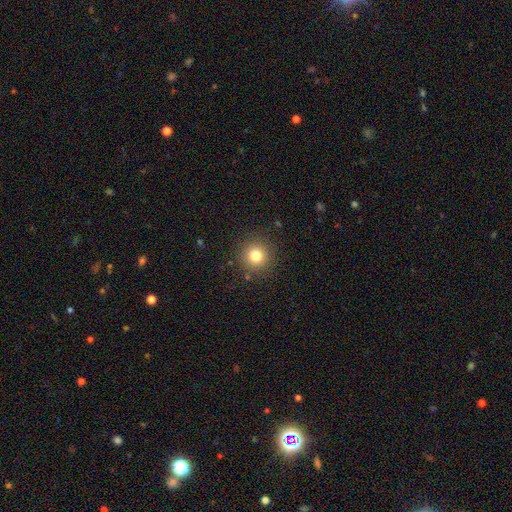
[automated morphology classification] This appears to be a smooth galaxy with no disk features (80%) that is round (94%). Merging: none (90%).